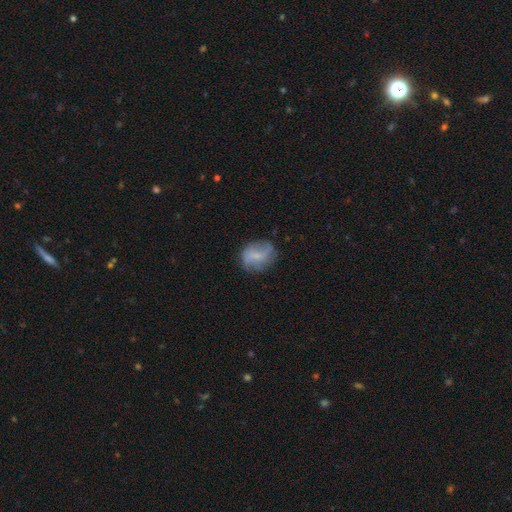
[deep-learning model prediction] The model was most divided on "smooth or featured": smooth: 48%, featured or disk: 43%, star or artifact: 9%. More confident: merging — none (65%).